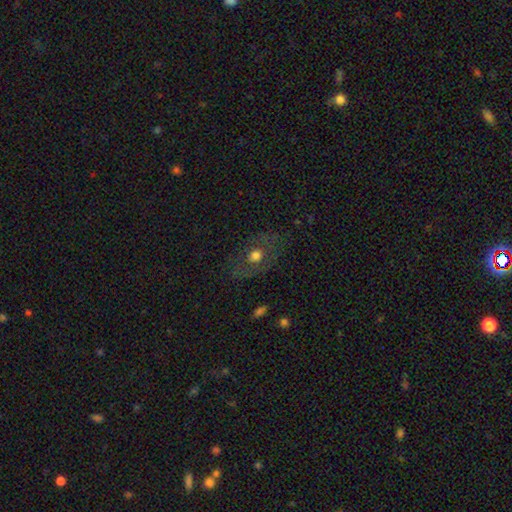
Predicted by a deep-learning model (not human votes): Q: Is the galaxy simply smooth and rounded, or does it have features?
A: smooth — 52%.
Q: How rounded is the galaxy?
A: in between — 49%.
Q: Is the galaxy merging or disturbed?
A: none — 76%.